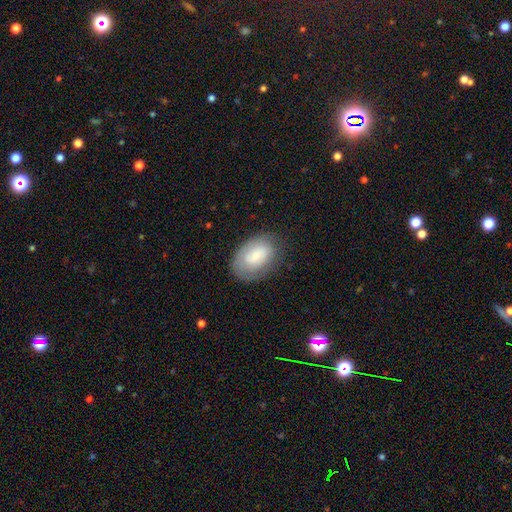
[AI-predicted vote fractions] Smooth or featured: smooth — 63% (featured or disk — 30%)
How rounded: in between — 87% (round — 12%)
Merging: none — 74% (minor disturbance — 18%)